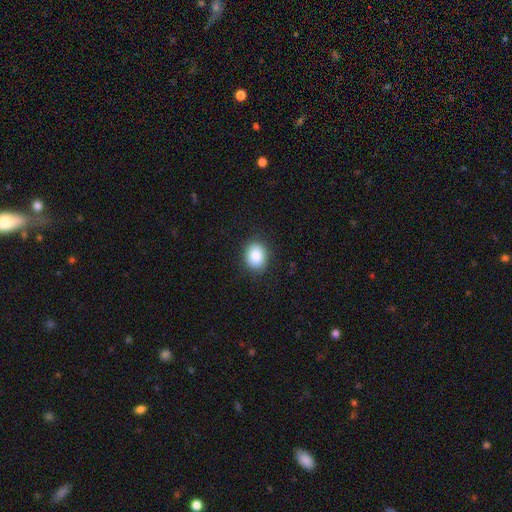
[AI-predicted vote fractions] smooth_or_featured: smooth (p=0.86) [alt: star or artifact p=0.08]
how_rounded: round (p=0.51) [alt: in between p=0.48]
merging: none (p=0.87) [alt: minor disturbance p=0.09]